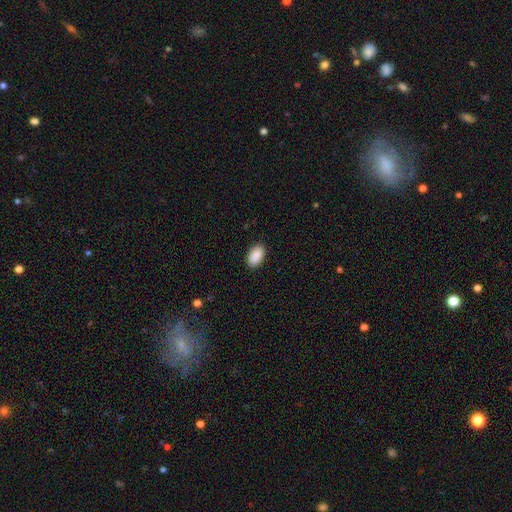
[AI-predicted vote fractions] This appears to be a smooth galaxy with no disk features (91%) that is in between round and cigar-shaped (94%). Merging: none (89%).